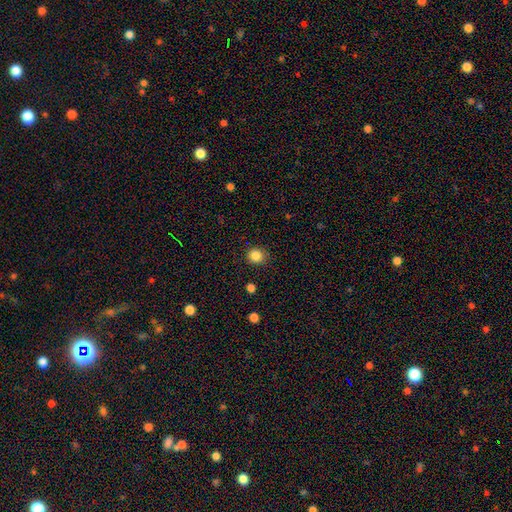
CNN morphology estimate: Smooth or featured: smooth — 85% (star or artifact — 11%)
How rounded: round — 91% (in between — 8%)
Merging: none — 89% (minor disturbance — 8%)